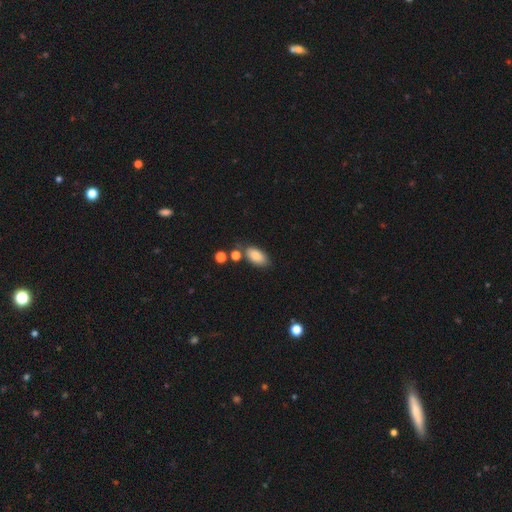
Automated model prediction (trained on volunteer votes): The model was most divided on "merging": none: 72%, minor disturbance: 15%, merger: 9%, major disturbance: 4%. More confident: how rounded — in between (92%); smooth or featured — smooth (84%).